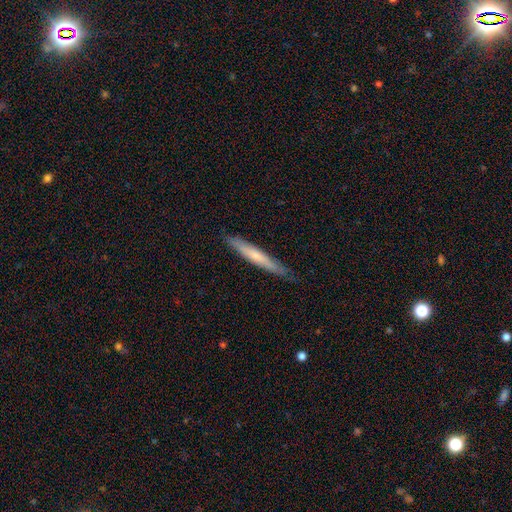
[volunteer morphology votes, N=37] A smooth galaxy with no disk features (59%) that is cigar-shaped (95%).

Vote fractions:
- Smooth or featured? smooth: 59% / featured or disk: 38% / star or artifact: 3%
- How rounded? cigar-shaped: 95% / in between: 5% / round: 0%
- Merging? none: 72% / minor disturbance: 28% / major disturbance: 0% / merger: 0%